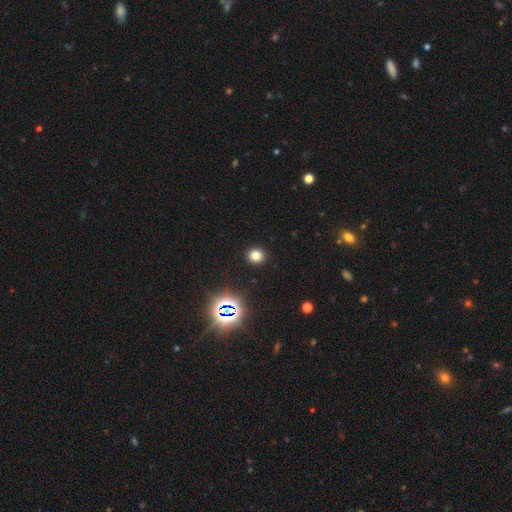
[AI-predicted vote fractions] This appears to be a smooth galaxy with no disk features (74%) that is round (85%). Merging: none (92%).